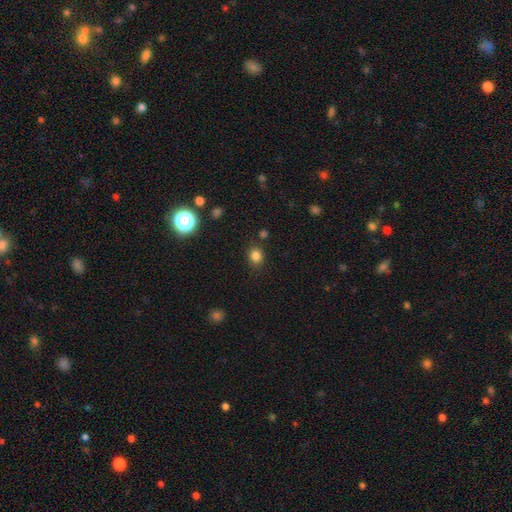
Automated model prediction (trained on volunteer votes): Smooth or featured? smooth (82%)
How rounded? round (64%)
Merging? none (83%)